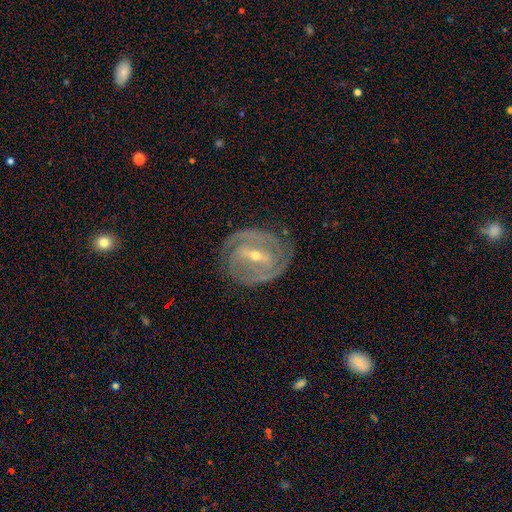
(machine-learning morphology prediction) The model was most divided on "bulge size": small: 55%, moderate: 42%, large: 1%, none: 1%, dominant: 1%. More confident: edge-on disk — no (95%); spiral arms — yes (93%); smooth or featured — featured or disk (87%); merging — none (80%); spiral winding — tight (63%); spiral arm count — 2 (62%); bar — strong (57%).